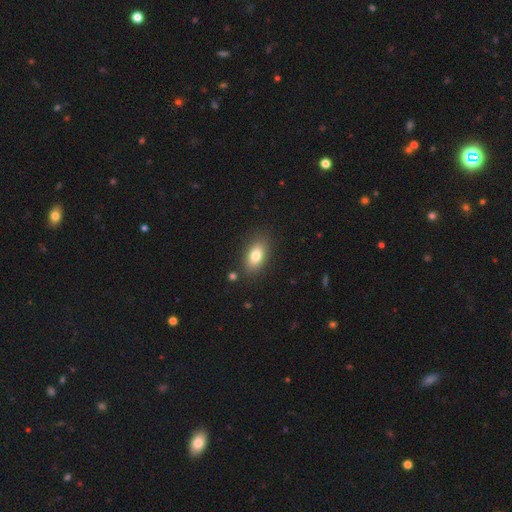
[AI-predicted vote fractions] This is likely a smooth galaxy (79%). How rounded: clearly in between (87%). Merging: clearly none (84%).